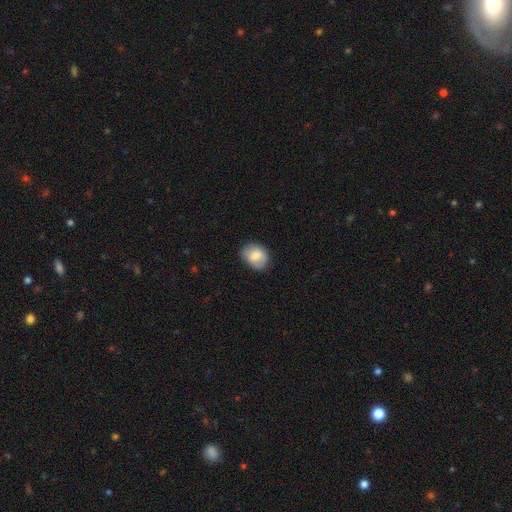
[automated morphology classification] smooth_or_featured: smooth (p=0.79) [alt: featured or disk p=0.13]
how_rounded: in between (p=0.52) [alt: round p=0.48]
merging: none (p=0.71) [alt: minor disturbance p=0.23]